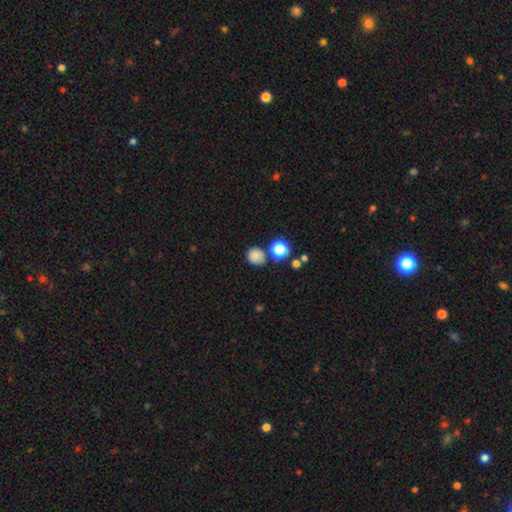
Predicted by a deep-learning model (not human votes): A smooth galaxy with no disk features (81%) that is round (80%).

Vote fractions:
- Smooth or featured? smooth: 81% / star or artifact: 12% / featured or disk: 7%
- How rounded? round: 80% / in between: 19% / cigar-shaped: 1%
- Merging? none: 69% / minor disturbance: 15% / merger: 11% / major disturbance: 5%